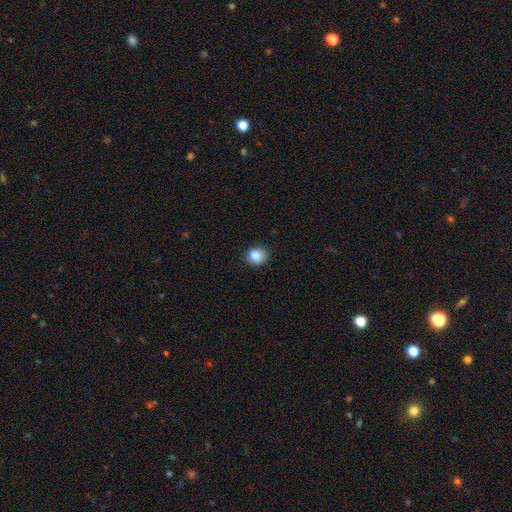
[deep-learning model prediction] Morphology: type=smooth (87%); roundness=round (66%); merging=none (82%).